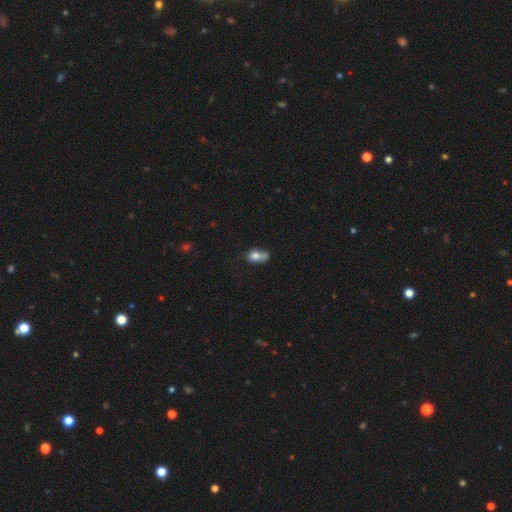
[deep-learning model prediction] Smooth or featured?
  - smooth: 75% *
  - featured or disk: 15%
  - star or artifact: 10%
How rounded?
  - in between: 74% *
  - round: 22%
  - cigar-shaped: 3%
Merging?
  - none: 33% *
  - minor disturbance: 27%
  - merger: 26%
  - major disturbance: 15%